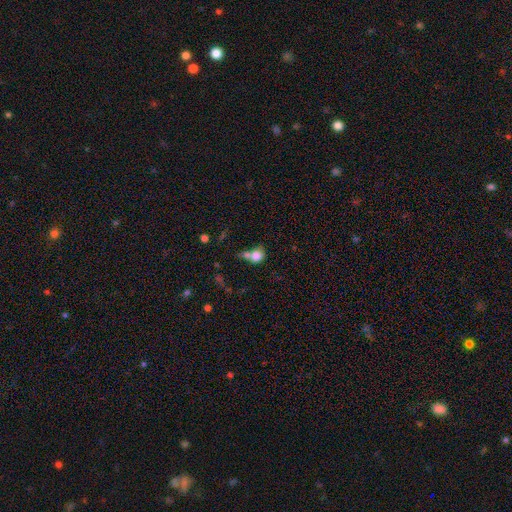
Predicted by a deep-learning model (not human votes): A smooth galaxy with no disk features (77%) that is round (67%). Merging: merger (46%).